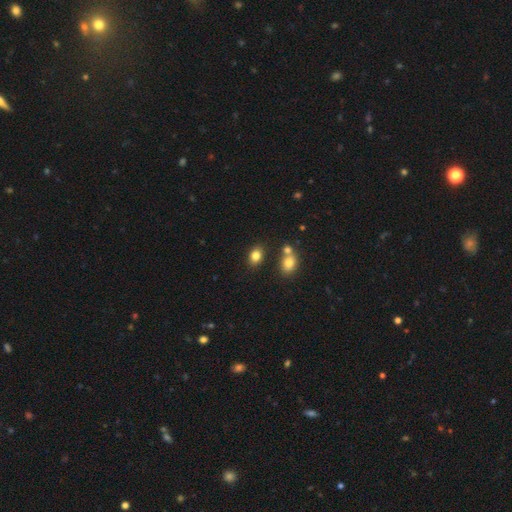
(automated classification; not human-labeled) Smooth or featured: smooth — 81% (star or artifact — 11%)
How rounded: in between — 69% (round — 30%)
Merging: none — 76% (minor disturbance — 11%)